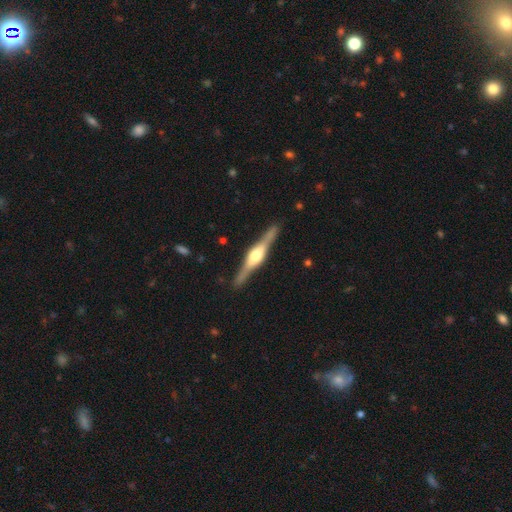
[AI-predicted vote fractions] A featured or disk galaxy (83%) viewed edge-on (98%) with a rounded central bulge (87%).

Vote fractions:
- Smooth or featured? featured or disk: 83% / smooth: 13% / star or artifact: 5%
- Edge-on disk? yes: 98% / no: 2%
- Edge-on bulge? rounded: 87% / boxy: 11% / none: 2%
- Merging? none: 89% / minor disturbance: 8% / major disturbance: 2% / merger: 1%